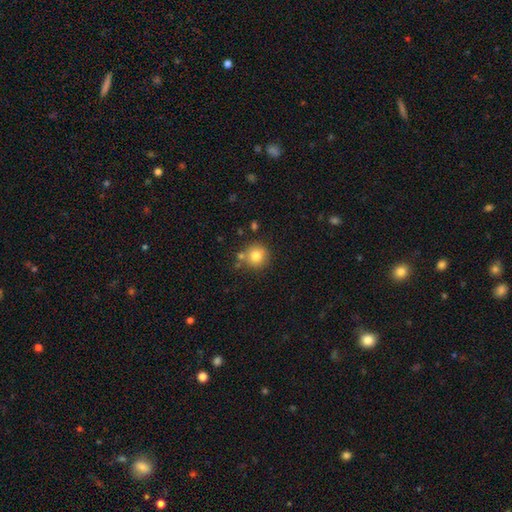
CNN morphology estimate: Smooth or featured? smooth (80%)
How rounded? round (92%)
Merging? none (74%)